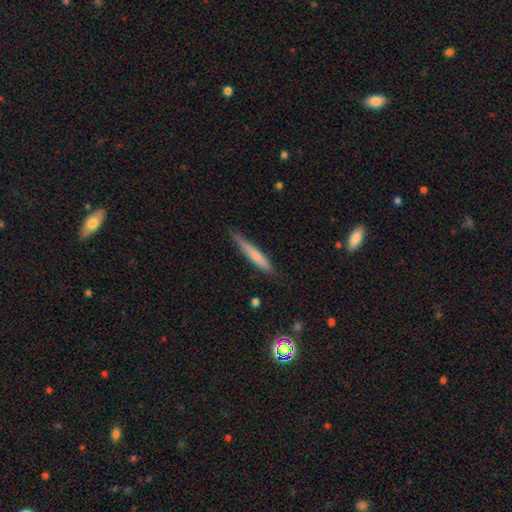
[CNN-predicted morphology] smooth-or-featured: smooth: 66% | featured or disk: 28% | star or artifact: 7%
  how-rounded: cigar-shaped: 94% | in between: 5% | round: 1%
  merging: none: 78% | minor disturbance: 18% | major disturbance: 3% | merger: 2%